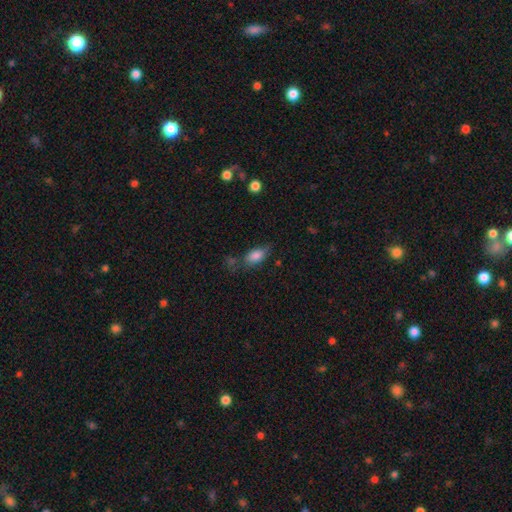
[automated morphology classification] This appears to be a smooth galaxy with no disk features (82%) that is in between round and cigar-shaped (88%). Merging: none (52%).